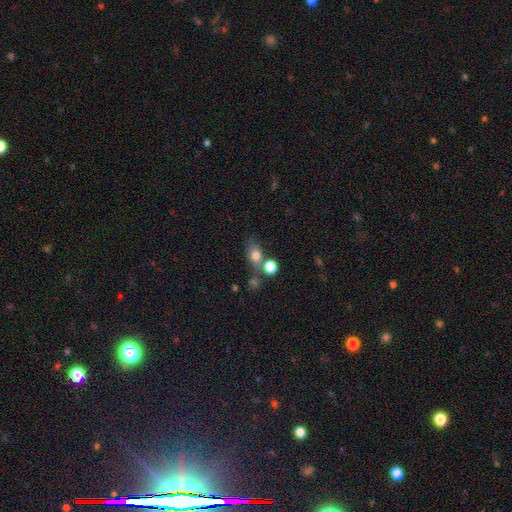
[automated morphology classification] Smooth or featured?
  - smooth: 77% *
  - star or artifact: 12%
  - featured or disk: 11%
How rounded?
  - in between: 62% *
  - round: 36%
  - cigar-shaped: 3%
Merging?
  - none: 52% *
  - merger: 28%
  - minor disturbance: 14%
  - major disturbance: 6%